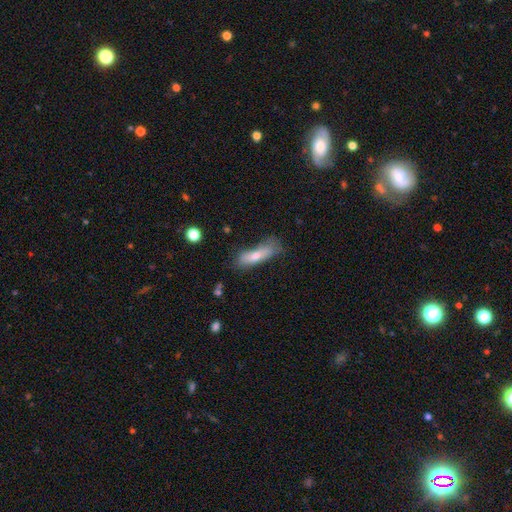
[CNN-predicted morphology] smooth-or-featured: smooth: 68% | featured or disk: 24% | star or artifact: 8%
  how-rounded: cigar-shaped: 60% | in between: 38% | round: 2%
  merging: none: 58% | minor disturbance: 28% | major disturbance: 11% | merger: 3%